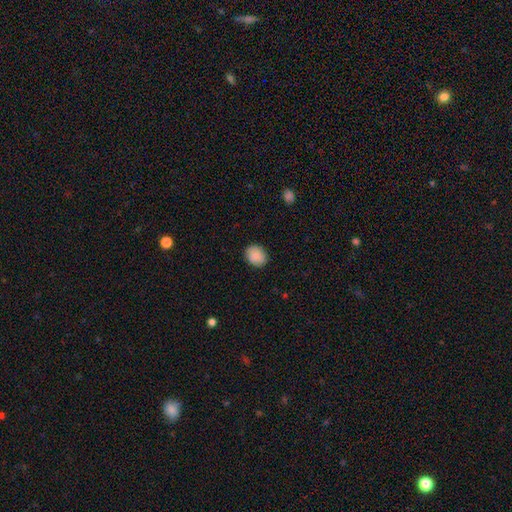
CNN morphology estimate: Smooth or featured? smooth (88%)
How rounded? round (61%)
Merging? none (87%)